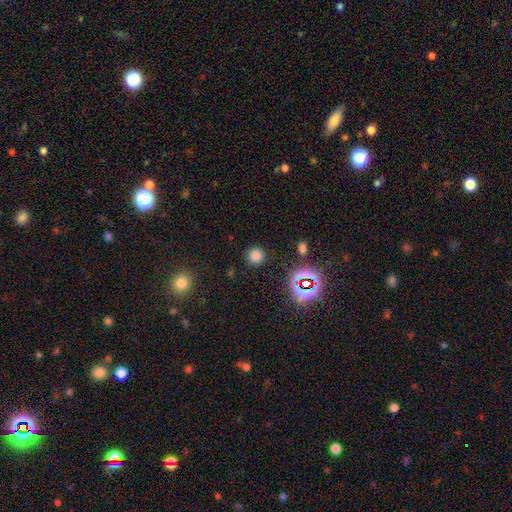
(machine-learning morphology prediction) A smooth galaxy with no disk features (75%) that is round (93%). Merging: none (89%).